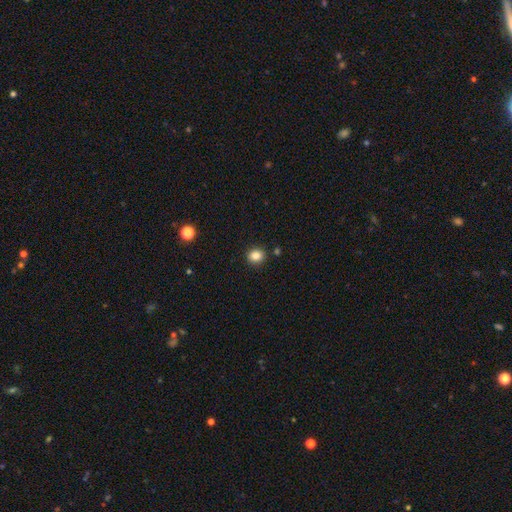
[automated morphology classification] This is clearly a smooth galaxy (84%). How rounded: likely round (79%). Merging: clearly none (89%).